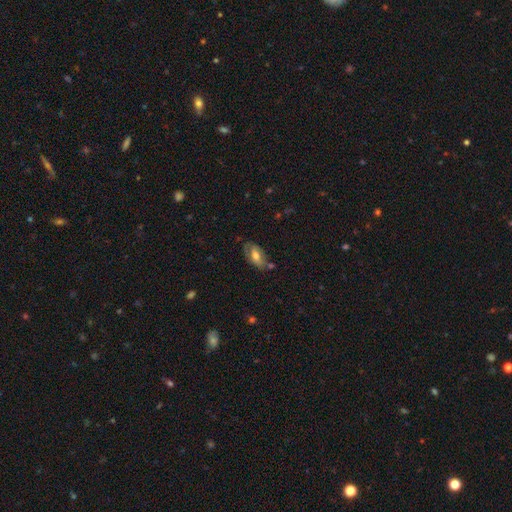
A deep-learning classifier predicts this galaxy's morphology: smooth-or-featured: smooth: 52% | featured or disk: 41% | star or artifact: 7%
  how-rounded: in between: 89% | cigar-shaped: 6% | round: 5%
  merging: none: 59% | minor disturbance: 25% | major disturbance: 9% | merger: 7%